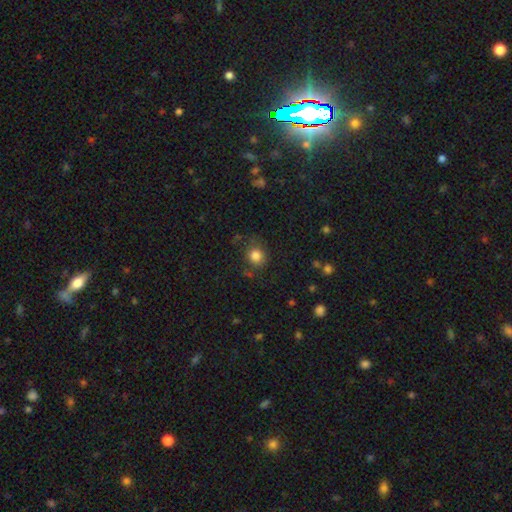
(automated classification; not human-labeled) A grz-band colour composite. It shows a smooth galaxy with no disk features (83%) that is round (80%). Merging: none (72%).